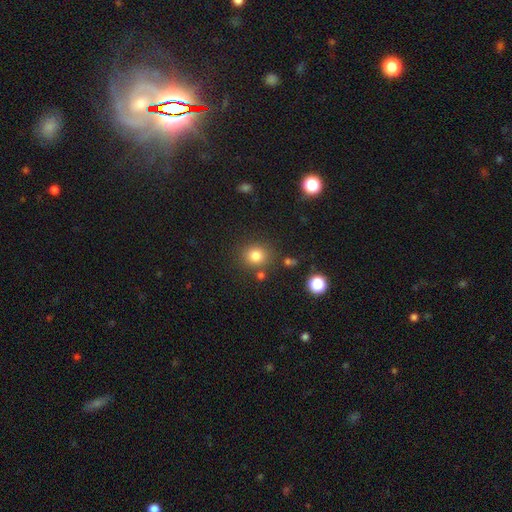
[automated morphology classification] This is clearly a smooth galaxy (82%). How rounded: clearly round (81%). Merging: clearly none (81%).